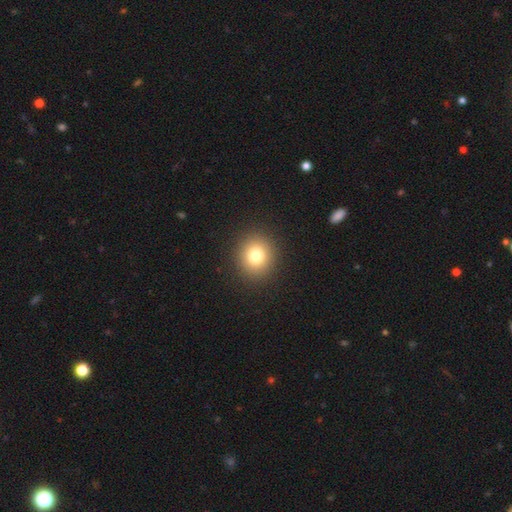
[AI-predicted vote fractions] This is likely a smooth galaxy (80%). How rounded: clearly round (84%). Merging: clearly none (91%).